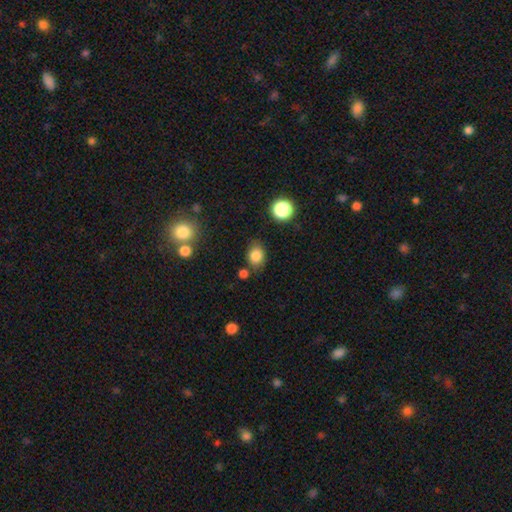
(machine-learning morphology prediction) type=smooth (83%); roundness=in between (56%); merging=none (73%).